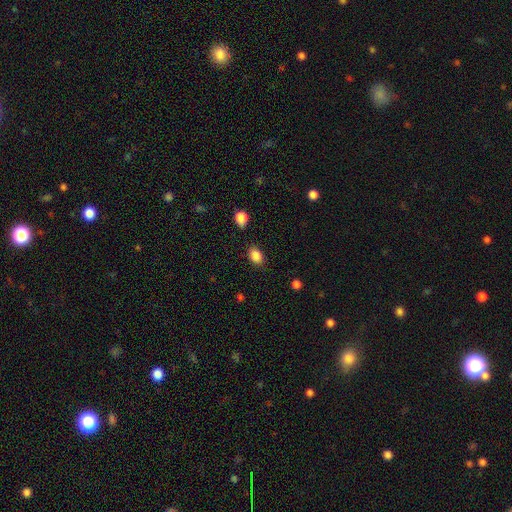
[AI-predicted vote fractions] This appears to be a smooth galaxy with no disk features (86%) that is in between round and cigar-shaped (72%). Merging: none (80%).